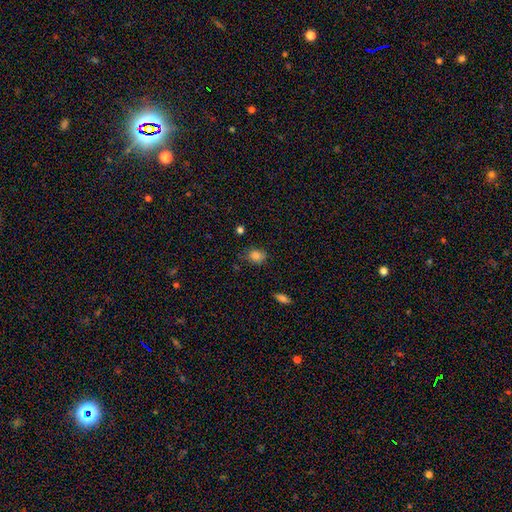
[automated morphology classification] Smooth or featured? Predicted: smooth (p=0.83). How rounded? Predicted: round (p=0.50). Merging? Predicted: none (p=0.74).